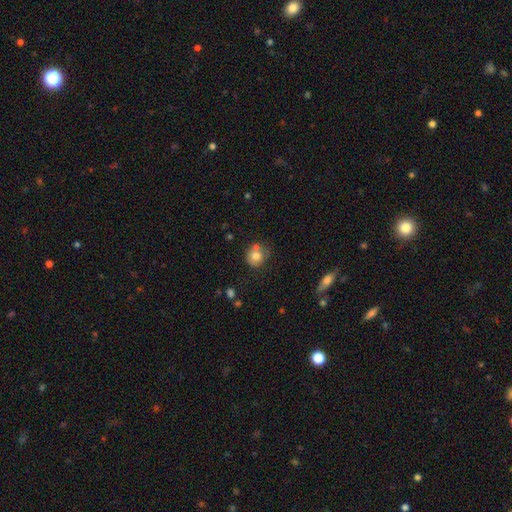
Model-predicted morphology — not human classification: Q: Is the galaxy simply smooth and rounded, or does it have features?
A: smooth — 74%.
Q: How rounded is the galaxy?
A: round — 79%.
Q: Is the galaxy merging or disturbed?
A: none — 52%.